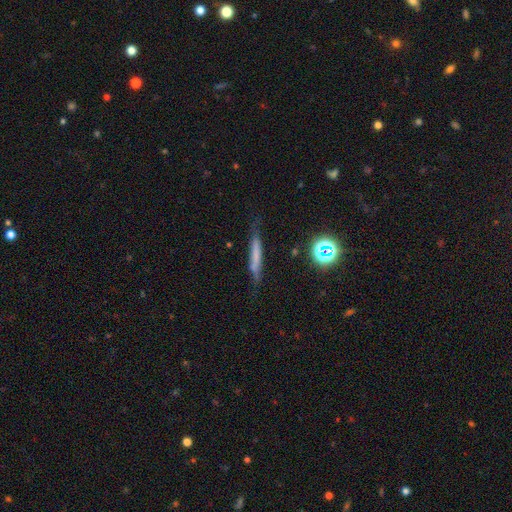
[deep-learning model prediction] This appears to be a smooth galaxy with no disk features (53%) that is cigar-shaped (90%). Merging: none (69%).